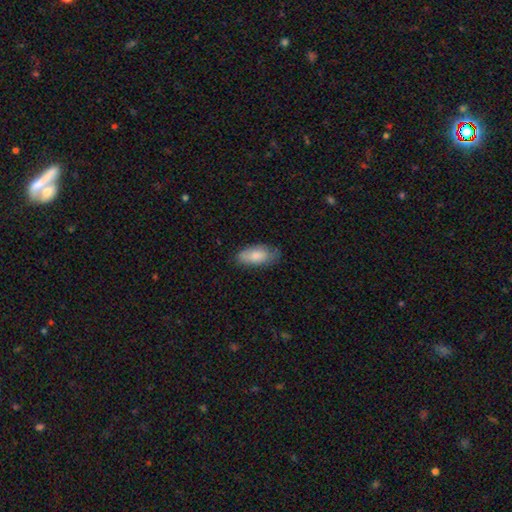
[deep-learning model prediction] smooth_or_featured: smooth (p=0.77) [alt: featured or disk p=0.17]
how_rounded: in between (p=0.90) [alt: cigar-shaped p=0.08]
merging: none (p=0.66) [alt: minor disturbance p=0.26]